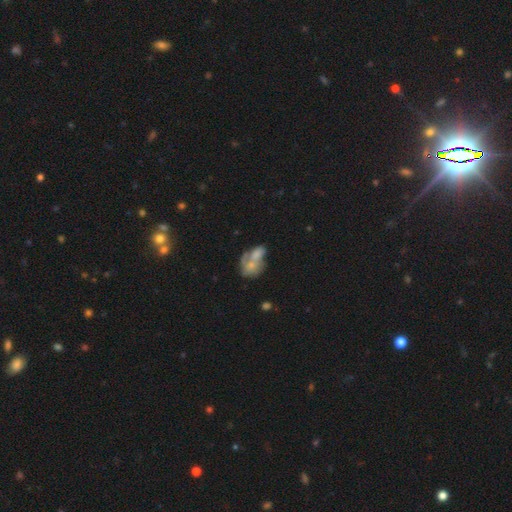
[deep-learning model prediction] Overall: smooth (45%; featured or disk 40%). Merging: merger (57%; none 21%).